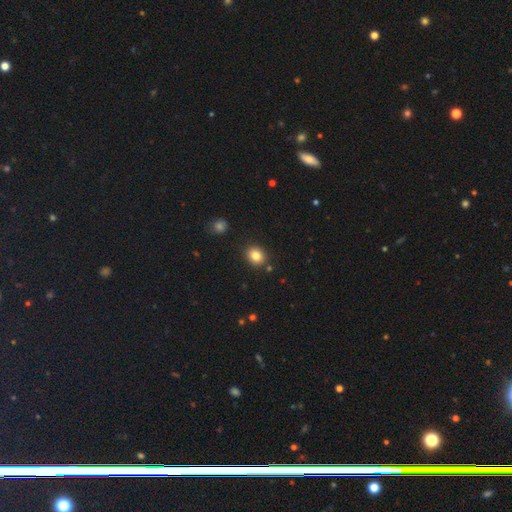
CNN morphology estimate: Overall: smooth (83%). How rounded: round (63%; in between 36%). Merging: none (87%).